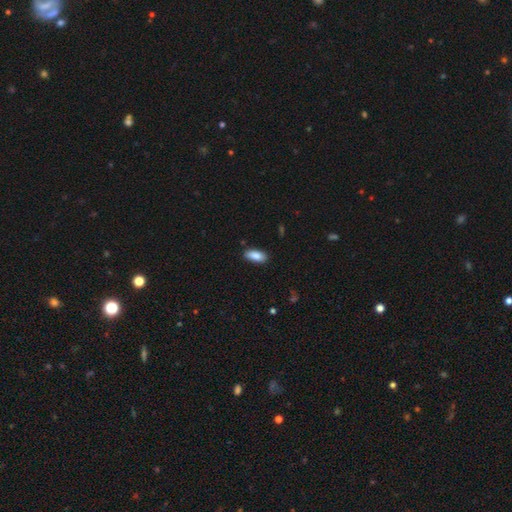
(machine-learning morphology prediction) smooth 88%, star or artifact 6%, featured or disk 6%. Down the decision tree: how rounded — in between (88%); merging — none (86%).